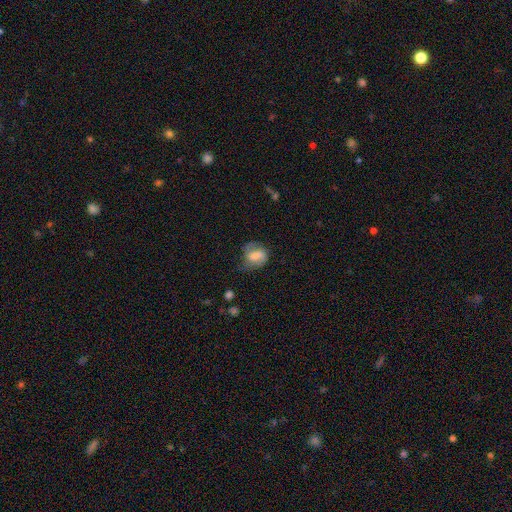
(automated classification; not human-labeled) smooth_or_featured: smooth (p=0.56) [alt: featured or disk p=0.35]
how_rounded: in between (p=0.58) [alt: round p=0.40]
merging: none (p=0.46) [alt: minor disturbance p=0.32]